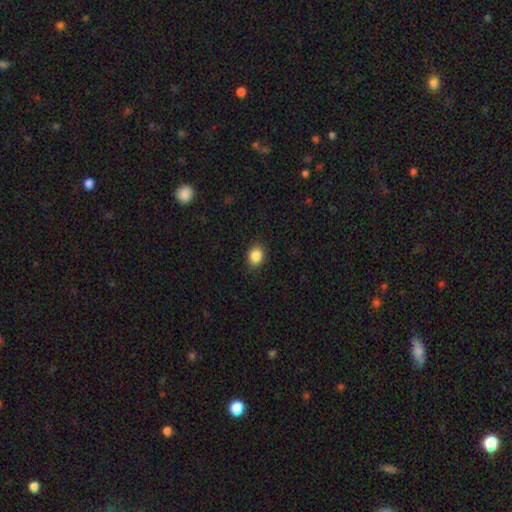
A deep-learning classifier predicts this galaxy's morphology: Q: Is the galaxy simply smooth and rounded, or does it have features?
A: smooth — 86%.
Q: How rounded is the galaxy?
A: in between — 53%.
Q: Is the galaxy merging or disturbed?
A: none — 88%.